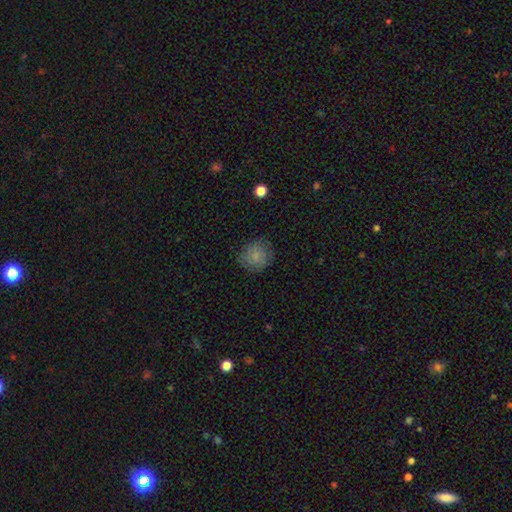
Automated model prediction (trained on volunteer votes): A smooth galaxy with no disk features (82%) that is round (85%).

Vote fractions:
- Smooth or featured? smooth: 82% / star or artifact: 9% / featured or disk: 9%
- How rounded? round: 85% / in between: 14% / cigar-shaped: 1%
- Merging? none: 80% / minor disturbance: 14% / major disturbance: 5% / merger: 1%